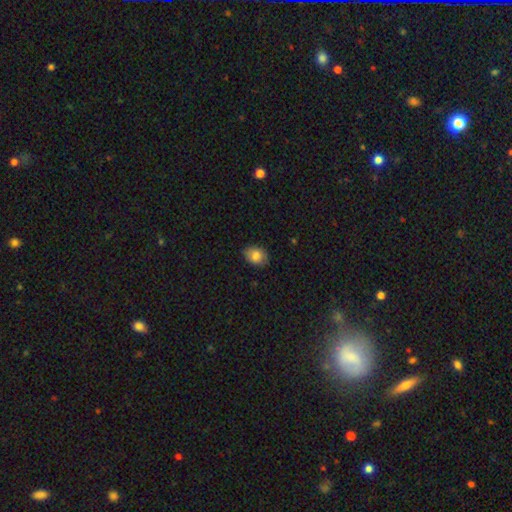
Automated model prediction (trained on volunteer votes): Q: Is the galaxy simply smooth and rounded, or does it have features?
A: smooth — 82%.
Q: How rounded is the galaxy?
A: in between — 68%.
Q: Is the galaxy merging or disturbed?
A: none — 84%.